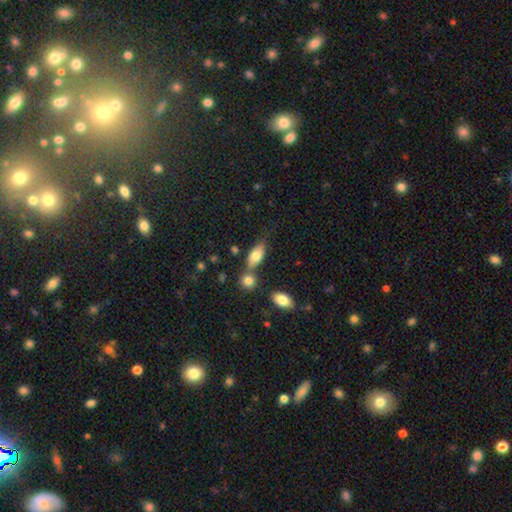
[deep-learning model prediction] This is likely a smooth galaxy (76%). How rounded: clearly in between (85%). Merging: possibly none (56%).